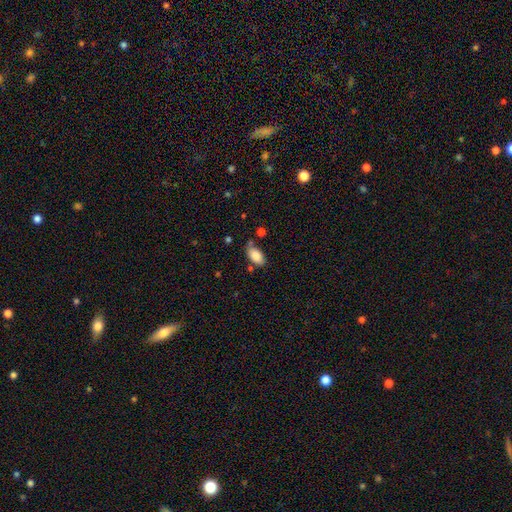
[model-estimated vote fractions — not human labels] smooth_or_featured: smooth (p=0.85) [alt: featured or disk p=0.08]
how_rounded: in between (p=0.93) [alt: cigar-shaped p=0.04]
merging: none (p=0.66) [alt: minor disturbance p=0.21]